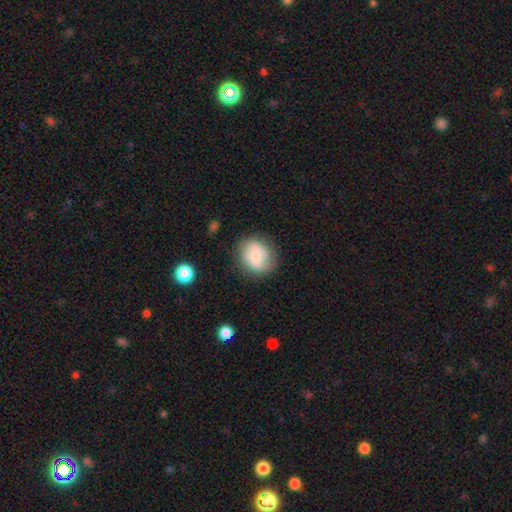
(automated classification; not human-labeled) smooth-or-featured: smooth: 66% | featured or disk: 26% | star or artifact: 8%
  how-rounded: round: 66% | in between: 33% | cigar-shaped: 1%
  merging: none: 72% | minor disturbance: 20% | major disturbance: 7% | merger: 2%